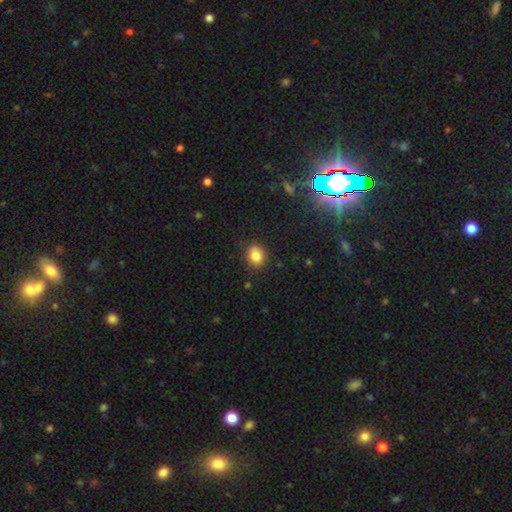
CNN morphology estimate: Q: Smooth or featured?
A: smooth (84%); runner-up: star or artifact (10%)
Q: How rounded?
A: round (59%); runner-up: in between (40%)
Q: Merging?
A: none (85%); runner-up: minor disturbance (11%)